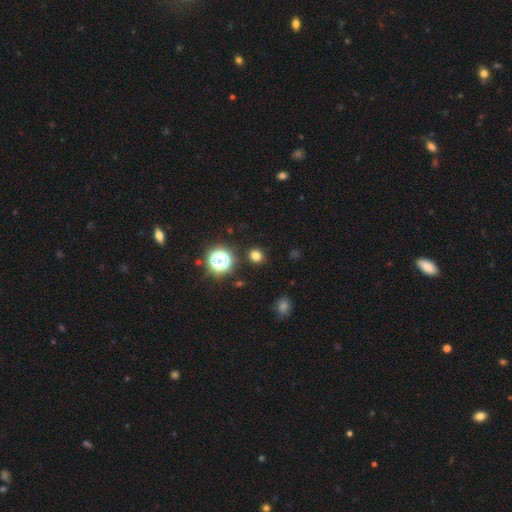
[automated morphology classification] Overall: smooth (75%). How rounded: round (83%). Merging: none (89%).